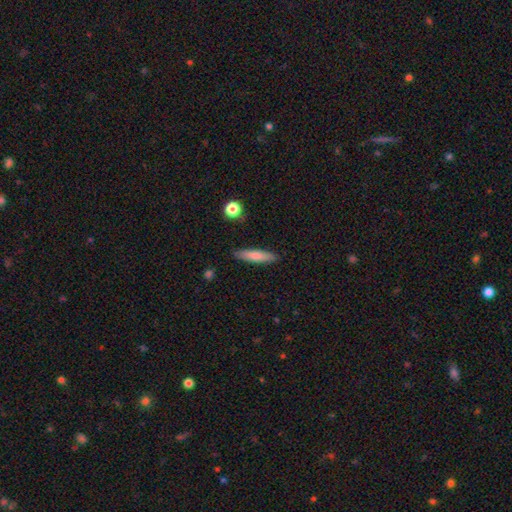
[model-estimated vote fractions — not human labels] This appears to be a smooth galaxy with no disk features (76%) that is cigar-shaped (80%). Merging: none (88%).